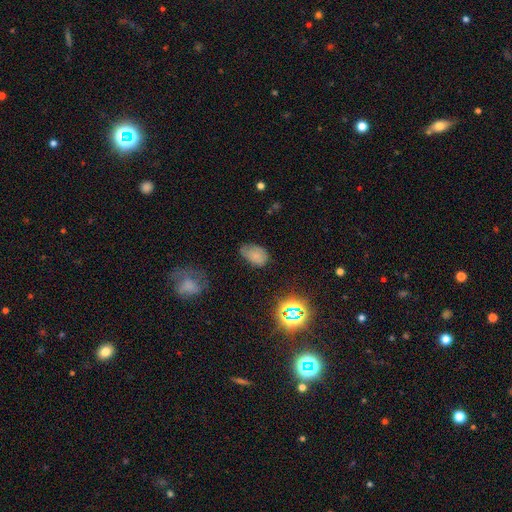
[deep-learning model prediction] Smooth or featured: smooth — 71% (star or artifact — 18%)
How rounded: in between — 88% (round — 11%)
Merging: none — 48% (minor disturbance — 37%)